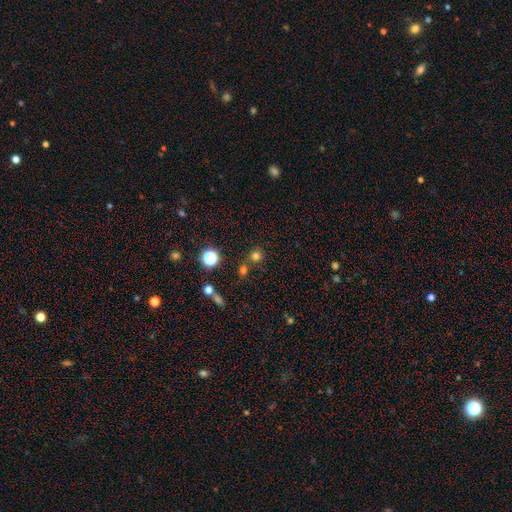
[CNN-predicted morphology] Smooth or featured: smooth — 71% (star or artifact — 23%)
How rounded: round — 89% (in between — 10%)
Merging: none — 70% (merger — 19%)